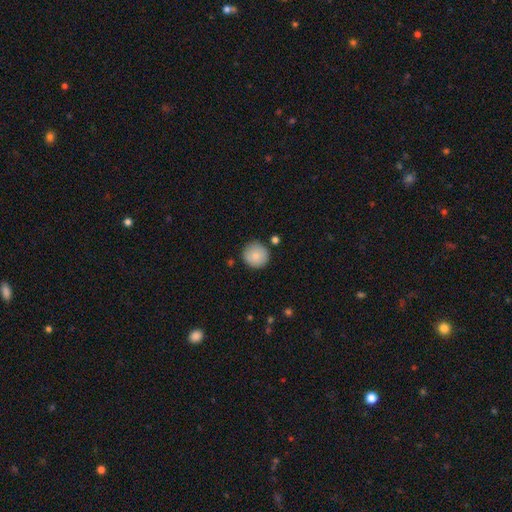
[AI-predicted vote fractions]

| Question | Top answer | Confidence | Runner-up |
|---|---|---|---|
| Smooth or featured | smooth | 84% | featured or disk (8%) |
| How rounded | round | 94% | in between (5%) |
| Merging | none | 85% | minor disturbance (10%) |